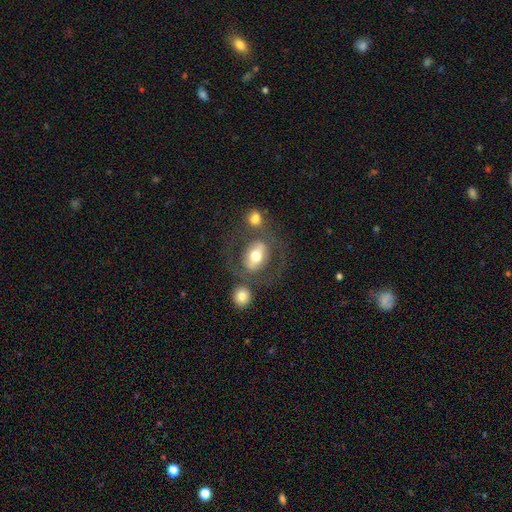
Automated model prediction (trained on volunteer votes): featured or disk 50%, smooth 43%, star or artifact 7%. Down the decision tree: edge-on disk — no (92%); merging — none (57%).